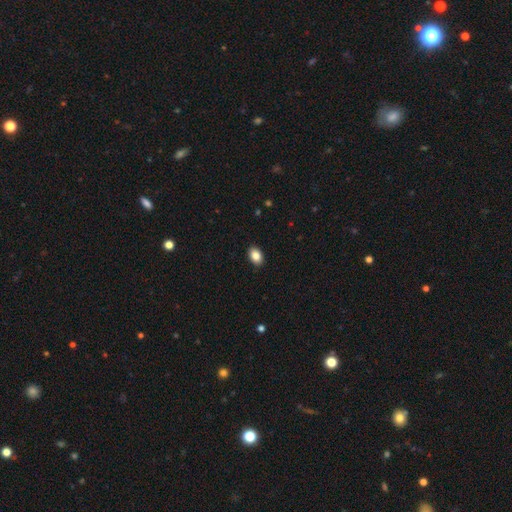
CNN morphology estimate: Q: Smooth or featured?
A: smooth (87%); runner-up: star or artifact (8%)
Q: How rounded?
A: in between (84%); runner-up: round (15%)
Q: Merging?
A: none (89%); runner-up: minor disturbance (8%)